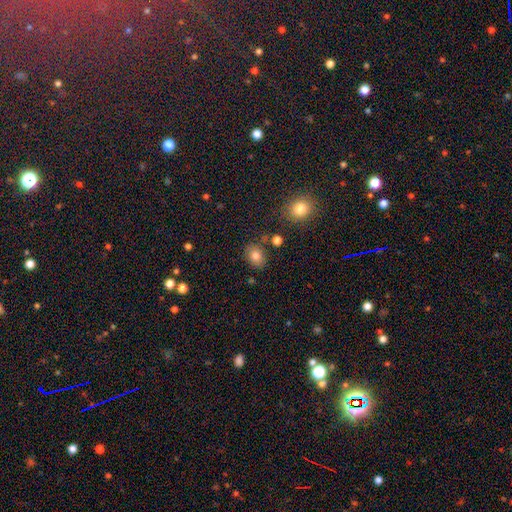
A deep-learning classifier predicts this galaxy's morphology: smooth-or-featured: smooth: 79% | star or artifact: 11% | featured or disk: 10%
  how-rounded: in between: 61% | round: 38% | cigar-shaped: 1%
  merging: none: 80% | minor disturbance: 12% | merger: 5% | major disturbance: 3%